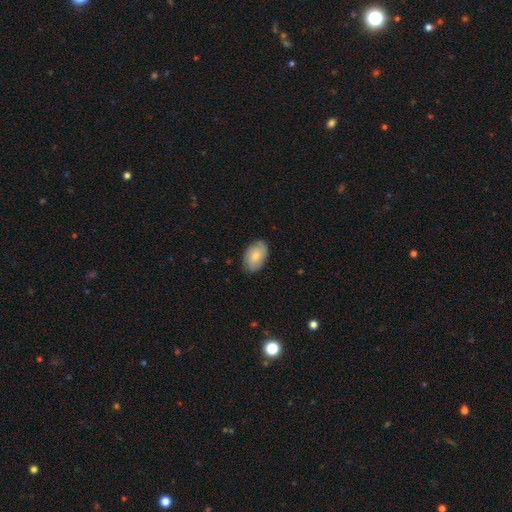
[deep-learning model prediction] This appears to be a smooth galaxy with no disk features (72%) that is in between round and cigar-shaped (89%). Merging: none (83%).